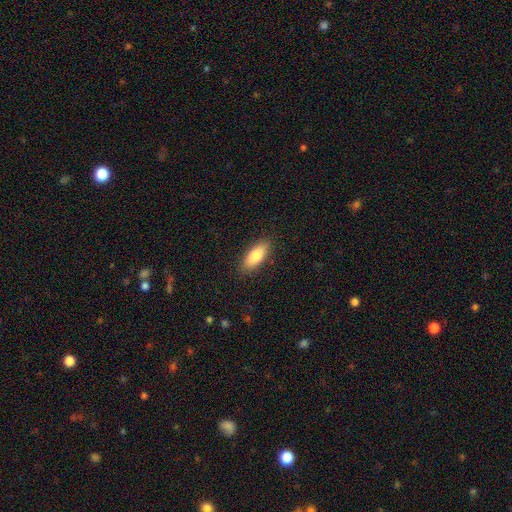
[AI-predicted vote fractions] This is clearly a smooth galaxy (83%). How rounded: likely in between (75%). Merging: clearly none (88%).